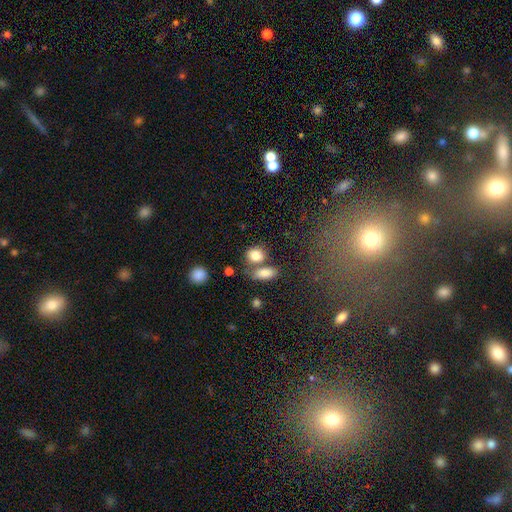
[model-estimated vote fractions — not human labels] Morphology: type=smooth (83%); roundness=in between (52%); merging=none (50%).